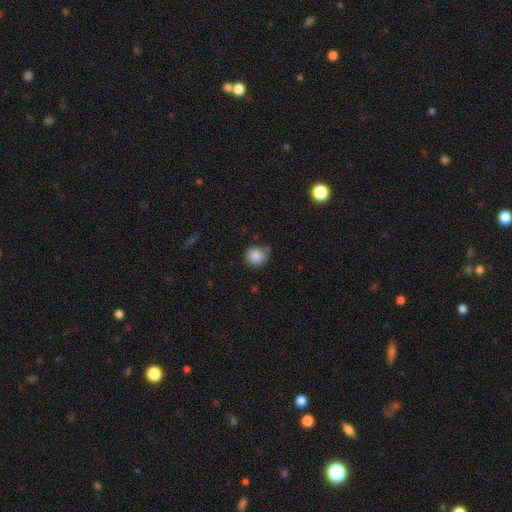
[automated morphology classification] type=smooth (87%); roundness=round (87%); merging=none (71%).